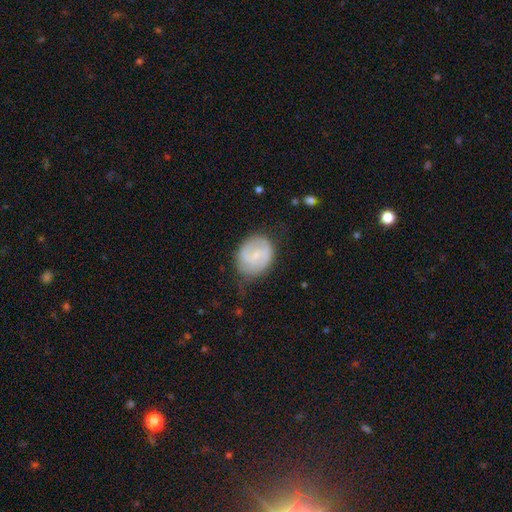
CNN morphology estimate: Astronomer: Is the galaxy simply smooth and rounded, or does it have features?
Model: featured or disk — 54% (runner-up: smooth, 40%).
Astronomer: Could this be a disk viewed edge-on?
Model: no — 97%.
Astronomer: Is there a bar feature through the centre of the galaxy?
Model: weak — 53% (runner-up: no, 34%).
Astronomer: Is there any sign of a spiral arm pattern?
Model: yes — 81%.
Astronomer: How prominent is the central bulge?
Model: small — 65%.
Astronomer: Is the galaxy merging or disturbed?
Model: none — 64%.